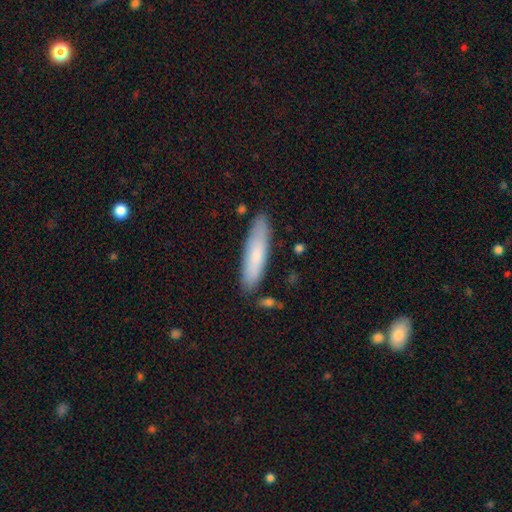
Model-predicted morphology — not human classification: smooth_or_featured: smooth (p=0.77) [alt: featured or disk p=0.17]
how_rounded: cigar-shaped (p=0.76) [alt: in between p=0.23]
merging: none (p=0.84) [alt: minor disturbance p=0.12]